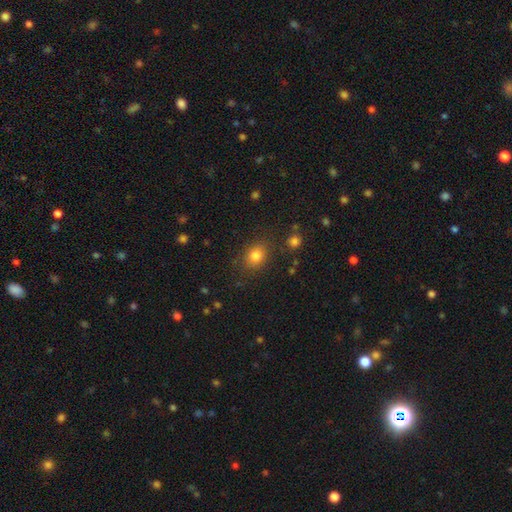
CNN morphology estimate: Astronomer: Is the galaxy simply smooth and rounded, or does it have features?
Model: smooth — 80%.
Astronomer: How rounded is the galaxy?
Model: round — 52% (runner-up: in between, 47%).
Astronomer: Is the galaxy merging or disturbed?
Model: none — 81%.